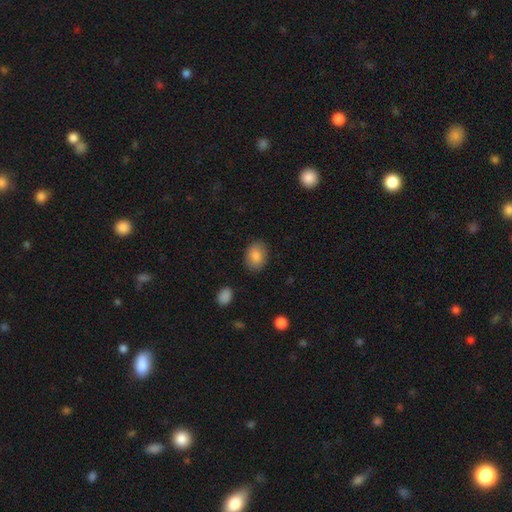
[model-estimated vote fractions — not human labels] smooth-or-featured: smooth: 85% | featured or disk: 8% | star or artifact: 7%
  how-rounded: in between: 73% | round: 26% | cigar-shaped: 1%
  merging: none: 84% | minor disturbance: 11% | major disturbance: 3% | merger: 1%